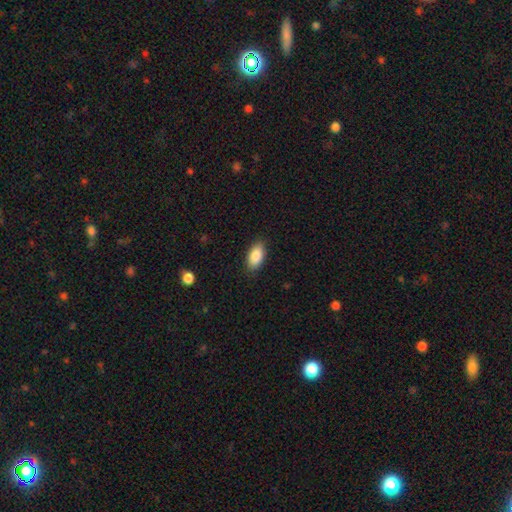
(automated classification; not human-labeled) Smooth or featured? smooth (87%)
How rounded? in between (92%)
Merging? none (87%)